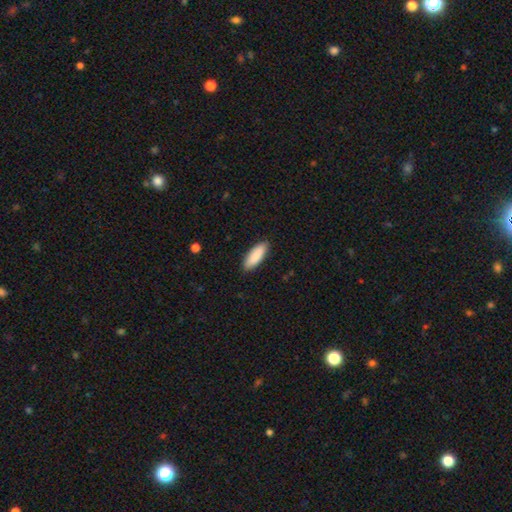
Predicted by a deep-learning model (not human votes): A smooth galaxy with no disk features (90%) that is in between round and cigar-shaped (65%).

Vote fractions:
- Smooth or featured? smooth: 90% / star or artifact: 5% / featured or disk: 5%
- How rounded? in between: 65% / cigar-shaped: 33% / round: 2%
- Merging? none: 90% / minor disturbance: 8% / major disturbance: 2% / merger: 1%